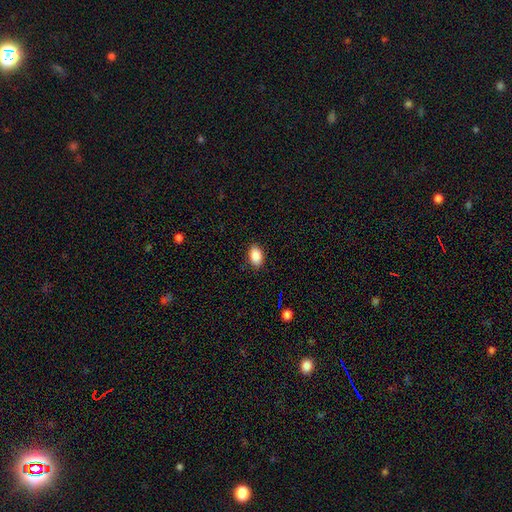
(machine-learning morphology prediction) A smooth galaxy with no disk features (89%) that is in between round and cigar-shaped (90%). Merging: none (88%).